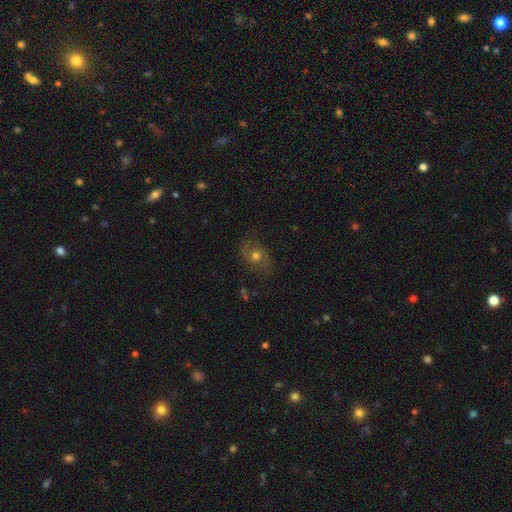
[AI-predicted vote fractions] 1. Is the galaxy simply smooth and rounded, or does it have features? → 42% featured or disk, 39% smooth, 18% star or artifact.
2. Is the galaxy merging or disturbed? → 76% none, 16% minor disturbance, 6% major disturbance, 1% merger.